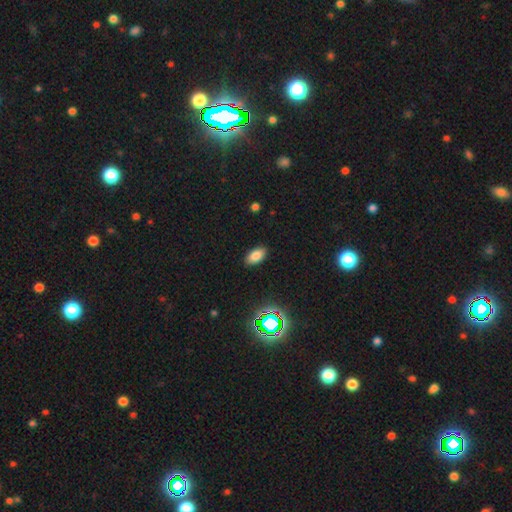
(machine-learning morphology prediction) smooth-or-featured: smooth: 81% | star or artifact: 12% | featured or disk: 7%
  how-rounded: in between: 92% | round: 4% | cigar-shaped: 4%
  merging: none: 89% | minor disturbance: 8% | major disturbance: 2% | merger: 1%